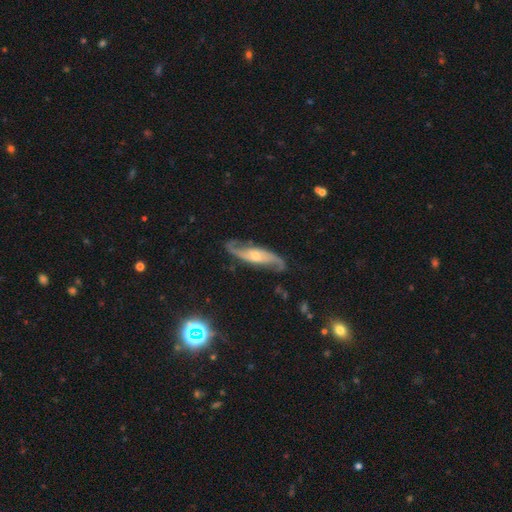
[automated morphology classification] A featured or disk galaxy (87%) with no bar (49%), 2 (93%) loose (52%) spiral arms (97%) and a moderate central bulge (49%). Merging: none (80%).